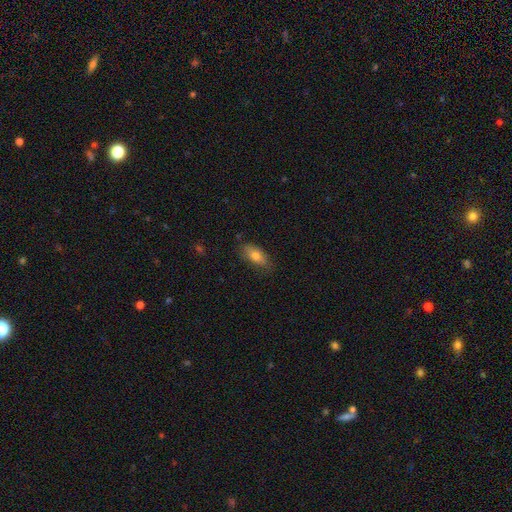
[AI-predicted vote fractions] Q: Smooth or featured?
A: smooth (76%); runner-up: featured or disk (17%)
Q: How rounded?
A: in between (82%); runner-up: cigar-shaped (15%)
Q: Merging?
A: none (77%); runner-up: minor disturbance (18%)